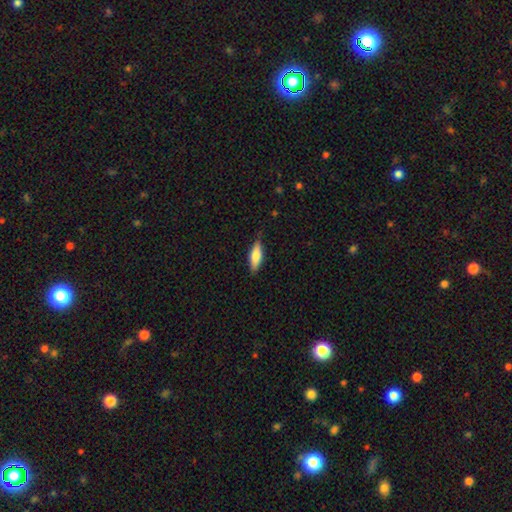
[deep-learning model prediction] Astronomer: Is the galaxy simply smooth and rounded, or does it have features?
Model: smooth — 72%.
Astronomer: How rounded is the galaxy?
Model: in between — 58% (runner-up: cigar-shaped, 40%).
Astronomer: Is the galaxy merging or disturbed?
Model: none — 80%.